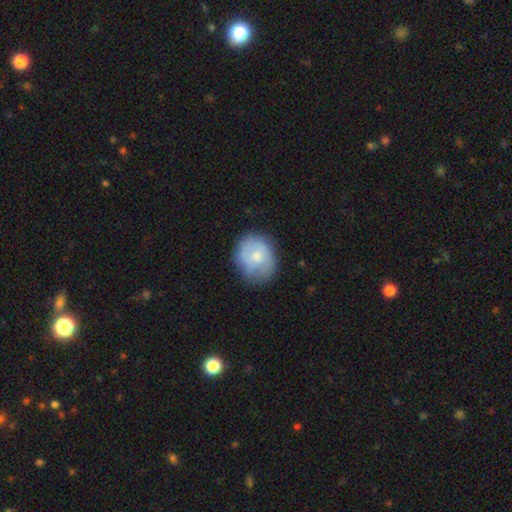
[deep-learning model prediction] Overall: smooth (57%; featured or disk 37%). How rounded: round (64%; in between 35%). Merging: none (66%).